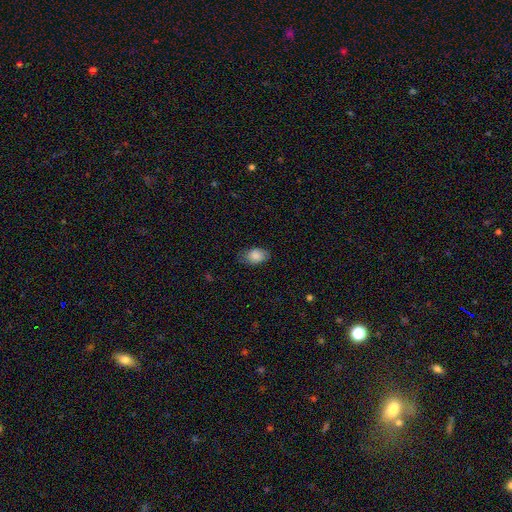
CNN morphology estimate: Q: Smooth or featured?
A: smooth (85%); runner-up: featured or disk (7%)
Q: How rounded?
A: in between (86%); runner-up: round (12%)
Q: Merging?
A: none (74%); runner-up: minor disturbance (21%)